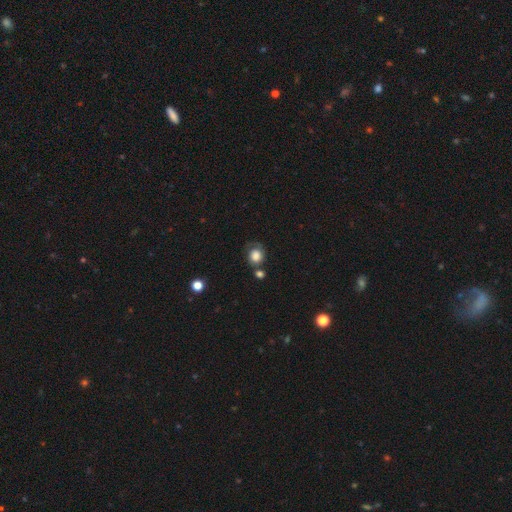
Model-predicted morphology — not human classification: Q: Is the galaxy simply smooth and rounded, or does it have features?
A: smooth — 78%.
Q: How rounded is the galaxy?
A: round — 78%.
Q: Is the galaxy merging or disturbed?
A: none — 52%.